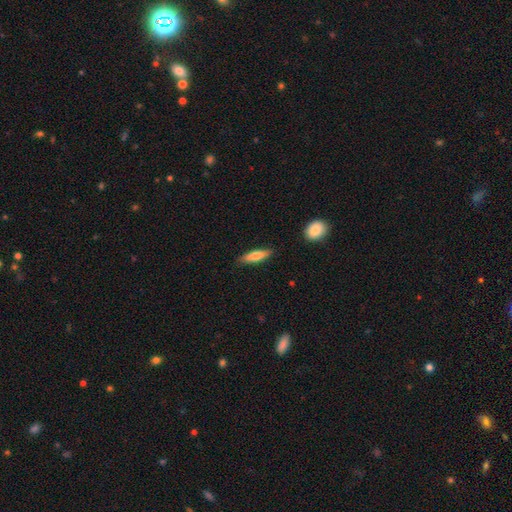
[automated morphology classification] Smooth or featured?
  - smooth: 72% *
  - featured or disk: 22%
  - star or artifact: 6%
How rounded?
  - cigar-shaped: 68% *
  - in between: 30%
  - round: 2%
Merging?
  - none: 86% *
  - minor disturbance: 11%
  - major disturbance: 2%
  - merger: 2%